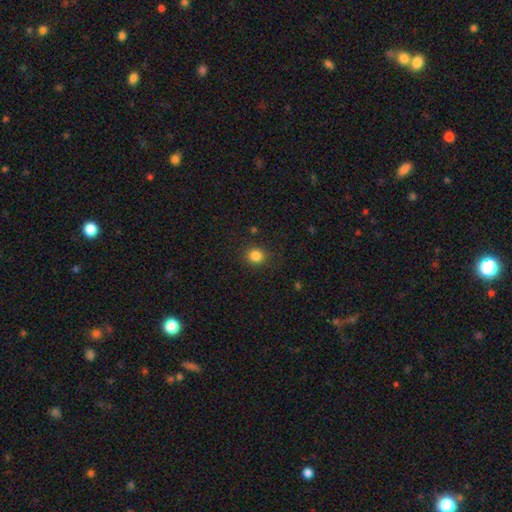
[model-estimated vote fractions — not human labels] Smooth or featured? Predicted: smooth (p=0.84). How rounded? Predicted: round (p=0.86). Merging? Predicted: none (p=0.87).